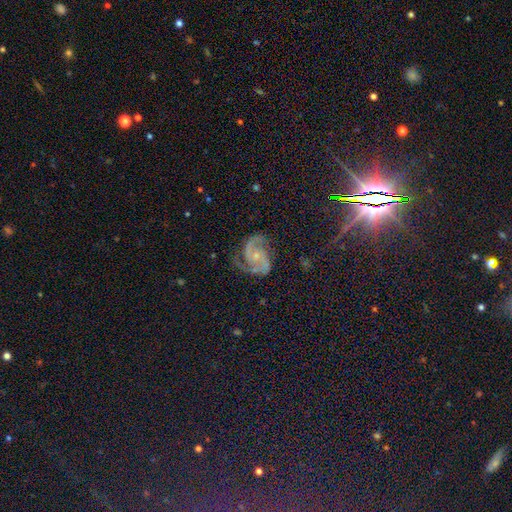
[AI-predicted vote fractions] A featured or disk galaxy (89%) with no bar (71%), 2 (86%) medium (59%) spiral arms (98%) and a small central bulge (65%).

Vote fractions:
- Smooth or featured? featured or disk: 89% / star or artifact: 7% / smooth: 4%
- Edge-on disk? no: 98% / yes: 2%
- Bar? no: 71% / weak: 23% / strong: 6%
- Spiral arms? yes: 98% / no: 2%
- Spiral winding? medium: 59% / tight: 27% / loose: 15%
- Spiral arm count? 2: 86% / 3: 6% / can't tell: 3% / 1: 2% / 4: 2% / more than 4: 2%
- Bulge size? small: 65% / moderate: 29% / none: 3% / large: 1% / dominant: 1%
- Merging? none: 69% / minor disturbance: 19% / major disturbance: 10% / merger: 2%